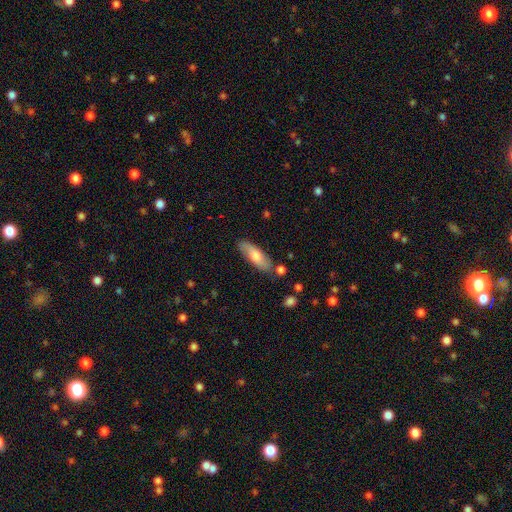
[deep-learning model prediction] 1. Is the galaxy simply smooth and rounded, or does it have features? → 71% smooth, 23% featured or disk, 6% star or artifact.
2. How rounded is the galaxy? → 59% in between, 39% cigar-shaped, 2% round.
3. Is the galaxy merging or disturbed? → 77% none, 15% minor disturbance, 5% merger, 3% major disturbance.